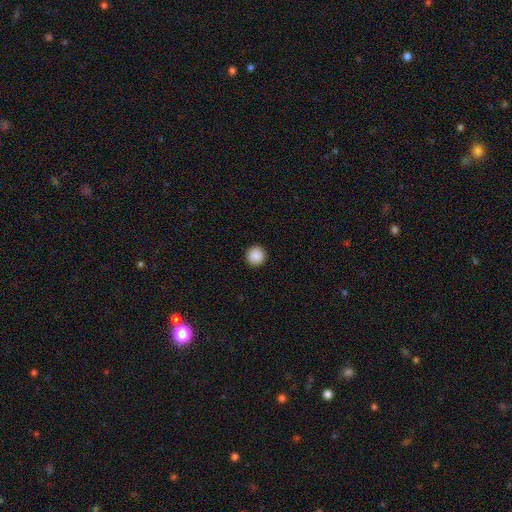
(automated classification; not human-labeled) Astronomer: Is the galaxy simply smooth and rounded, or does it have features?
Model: smooth — 89%.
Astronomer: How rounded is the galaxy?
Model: round — 96%.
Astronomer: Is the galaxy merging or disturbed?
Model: none — 93%.